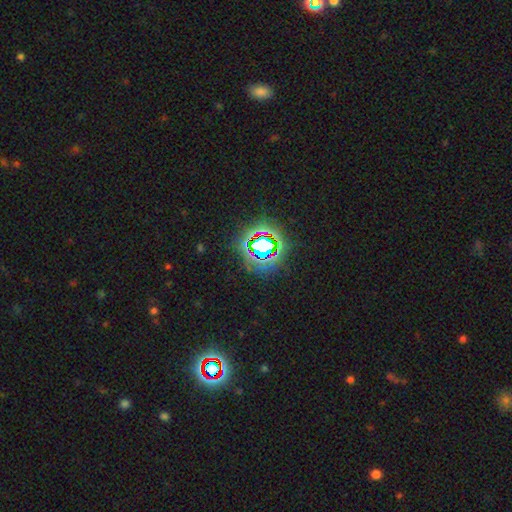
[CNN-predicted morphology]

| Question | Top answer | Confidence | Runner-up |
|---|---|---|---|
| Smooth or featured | star or artifact | 80% | smooth (12%) |